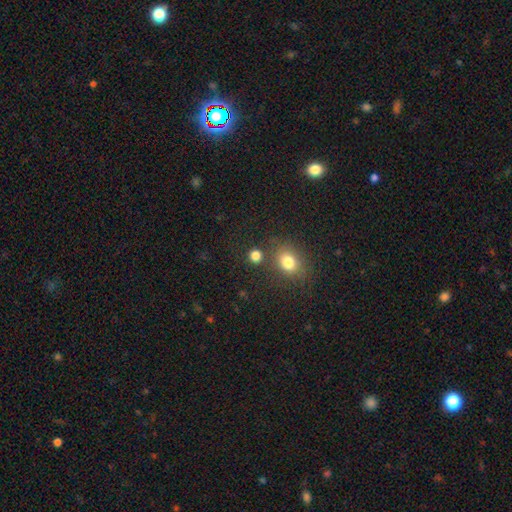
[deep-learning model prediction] Smooth or featured? Predicted: smooth (p=0.81). How rounded? Predicted: round (p=0.83). Merging? Predicted: none (p=0.77).